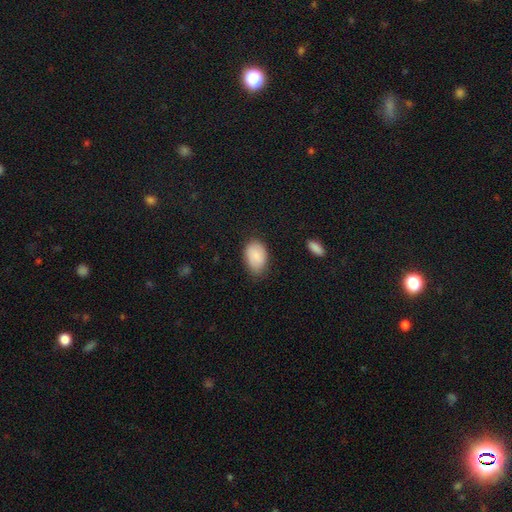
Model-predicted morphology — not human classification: Smooth or featured: smooth — 85% (featured or disk — 8%)
How rounded: in between — 89% (round — 10%)
Merging: none — 70% (minor disturbance — 24%)